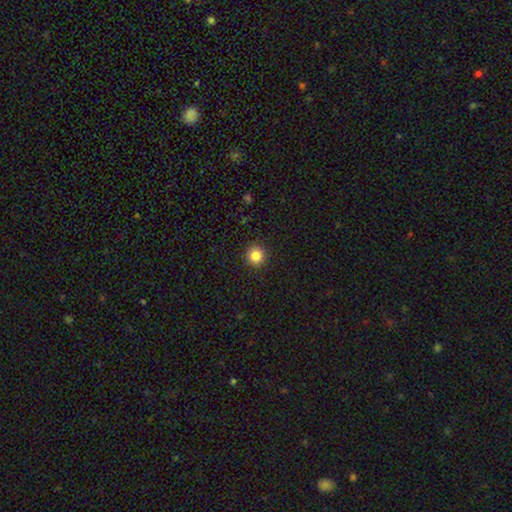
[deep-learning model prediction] Smooth or featured? Predicted: smooth (p=0.85). How rounded? Predicted: round (p=0.95). Merging? Predicted: none (p=0.92).